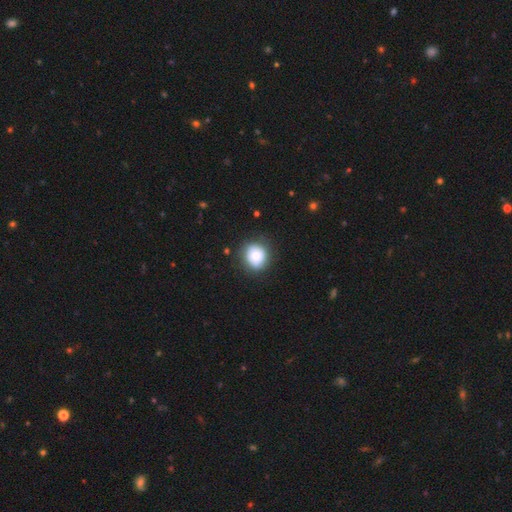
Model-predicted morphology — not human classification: This appears to be a smooth galaxy with no disk features (74%) that is round (81%). Merging: none (79%).